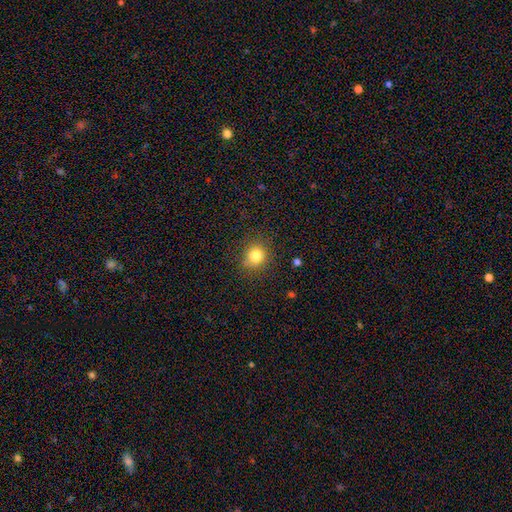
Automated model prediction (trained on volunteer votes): smooth-or-featured: smooth: 81% | star or artifact: 13% | featured or disk: 6%
  how-rounded: round: 84% | in between: 15% | cigar-shaped: 1%
  merging: none: 85% | minor disturbance: 11% | major disturbance: 3% | merger: 1%